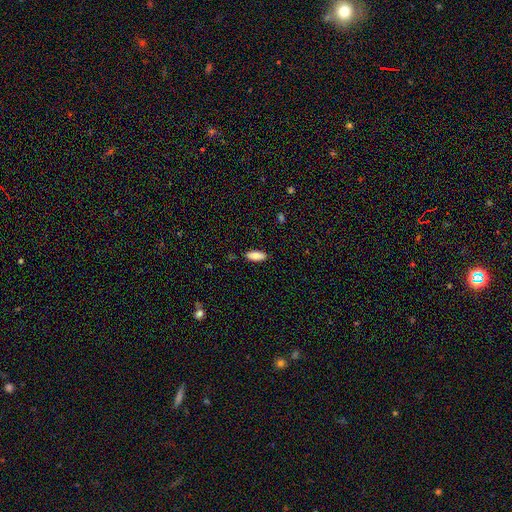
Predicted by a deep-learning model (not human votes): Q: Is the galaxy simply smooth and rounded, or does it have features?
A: smooth — 87%.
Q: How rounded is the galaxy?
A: in between — 79%.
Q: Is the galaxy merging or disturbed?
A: none — 87%.